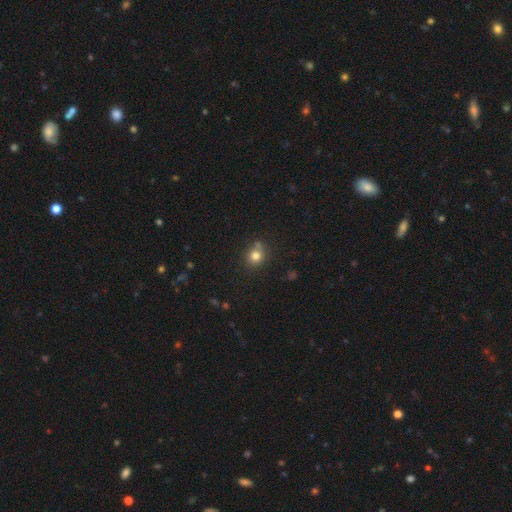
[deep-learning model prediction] Smooth or featured?
  - smooth: 79% *
  - star or artifact: 13%
  - featured or disk: 8%
How rounded?
  - round: 83% *
  - in between: 16%
  - cigar-shaped: 1%
Merging?
  - none: 69% *
  - merger: 14%
  - minor disturbance: 13%
  - major disturbance: 4%